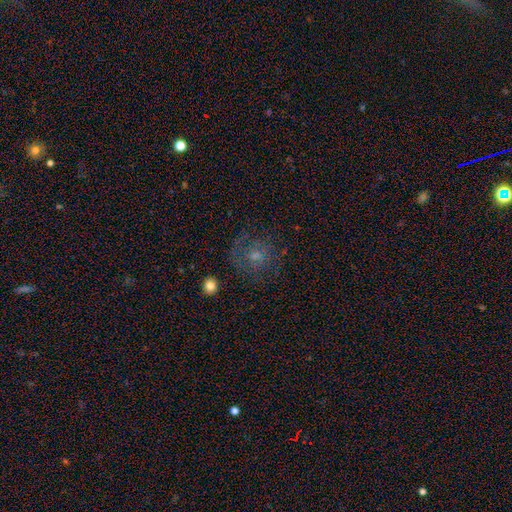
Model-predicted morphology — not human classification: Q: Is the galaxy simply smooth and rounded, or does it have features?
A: smooth — 42%.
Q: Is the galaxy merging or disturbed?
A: none — 67%.